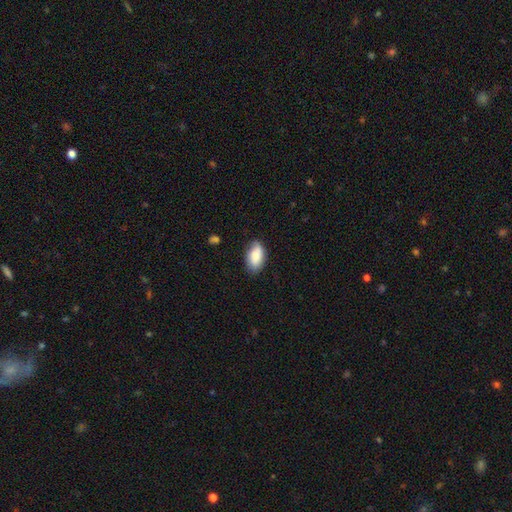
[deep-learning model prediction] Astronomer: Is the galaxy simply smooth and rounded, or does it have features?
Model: smooth — 83%.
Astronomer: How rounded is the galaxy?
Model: in between — 94%.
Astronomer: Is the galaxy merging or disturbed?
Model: none — 76%.